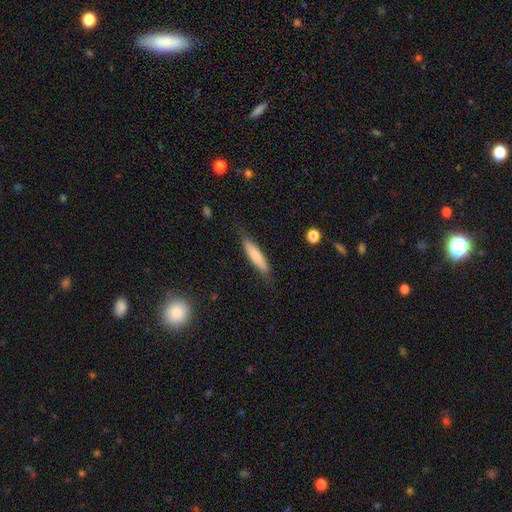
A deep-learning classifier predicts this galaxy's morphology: A smooth galaxy with no disk features (75%) that is cigar-shaped (81%).

Vote fractions:
- Smooth or featured? smooth: 75% / featured or disk: 19% / star or artifact: 6%
- How rounded? cigar-shaped: 81% / in between: 18% / round: 1%
- Merging? none: 81% / minor disturbance: 15% / major disturbance: 3% / merger: 1%